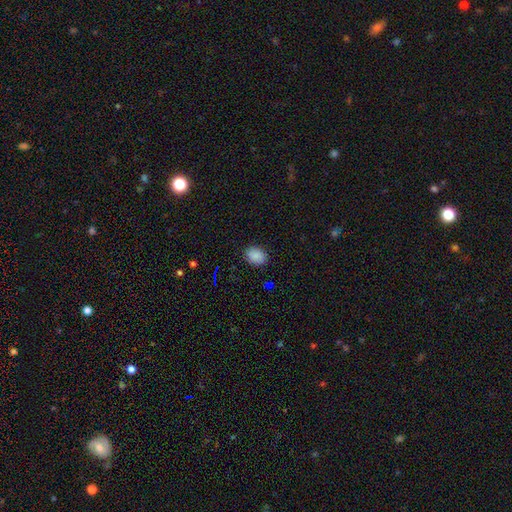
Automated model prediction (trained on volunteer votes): The model was most divided on "how rounded": in between: 63%, round: 36%, cigar-shaped: 1%. More confident: smooth or featured — smooth (88%); merging — none (87%).